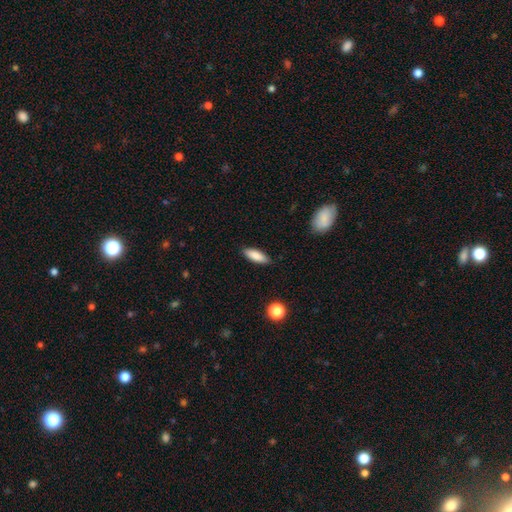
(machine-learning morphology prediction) This is clearly a smooth galaxy (85%). How rounded: likely in between (60%). Merging: clearly none (86%).